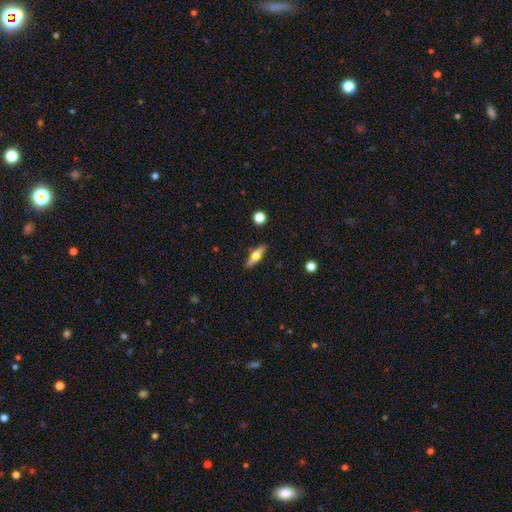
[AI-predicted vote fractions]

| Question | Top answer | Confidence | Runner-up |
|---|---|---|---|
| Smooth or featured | featured or disk | 52% | smooth (41%) |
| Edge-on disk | yes | 93% | no (7%) |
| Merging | none | 86% | minor disturbance (10%) |